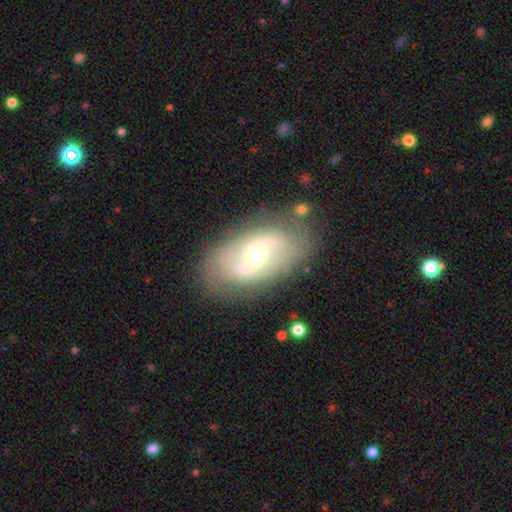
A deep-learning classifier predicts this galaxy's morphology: Smooth or featured?
  - featured or disk: 73% *
  - smooth: 21%
  - star or artifact: 7%
Edge-on disk?
  - no: 94% *
  - yes: 6%
Bar?
  - no: 43% *
  - weak: 41%
  - strong: 17%
Spiral arms?
  - yes: 76% *
  - no: 24%
Spiral winding?
  - medium: 41% *
  - loose: 32%
  - tight: 27%
Spiral arm count?
  - 2: 77% *
  - can't tell: 15%
  - 1: 3%
  - 3: 2%
  - 4: 1%
  - more than 4: 1%
Bulge size?
  - moderate: 53% *
  - small: 42%
  - large: 3%
  - dominant: 1%
  - none: 1%
Merging?
  - none: 78% *
  - minor disturbance: 14%
  - major disturbance: 5%
  - merger: 2%